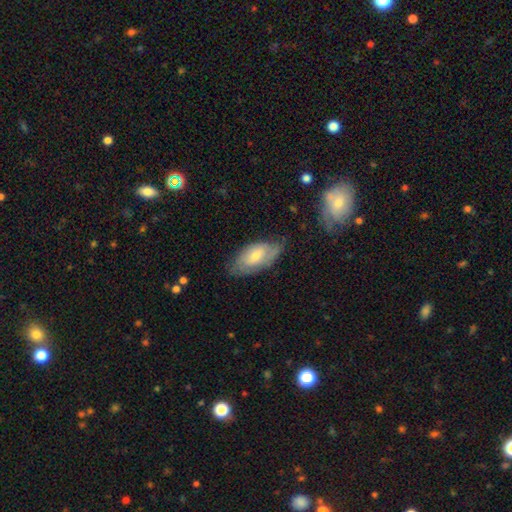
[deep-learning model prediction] smooth-or-featured: smooth: 49% | featured or disk: 45% | star or artifact: 6%
  merging: none: 59% | minor disturbance: 30% | major disturbance: 9% | merger: 2%